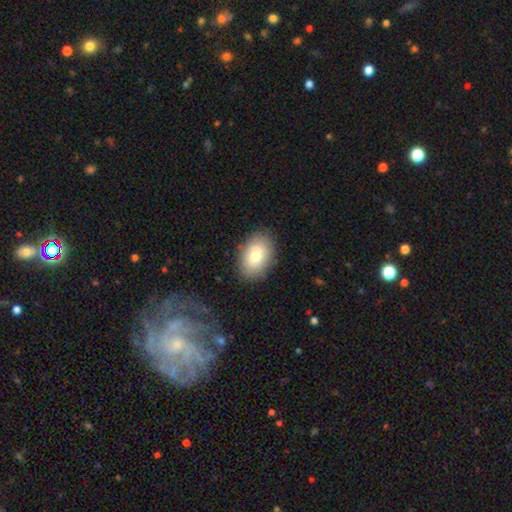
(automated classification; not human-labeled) A smooth galaxy with no disk features (76%) that is in between round and cigar-shaped (85%).

Vote fractions:
- Smooth or featured? smooth: 76% / featured or disk: 16% / star or artifact: 8%
- How rounded? in between: 85% / round: 13% / cigar-shaped: 1%
- Merging? none: 84% / minor disturbance: 11% / major disturbance: 3% / merger: 1%